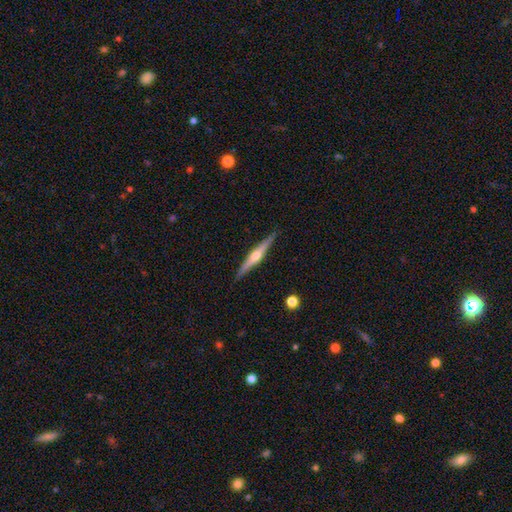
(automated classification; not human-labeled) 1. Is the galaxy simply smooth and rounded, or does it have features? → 74% featured or disk, 21% smooth, 5% star or artifact.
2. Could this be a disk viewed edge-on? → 98% yes, 2% no.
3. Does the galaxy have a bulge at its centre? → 90% rounded, 5% none, 5% boxy.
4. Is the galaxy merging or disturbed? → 90% none, 7% minor disturbance, 1% major disturbance, 1% merger.